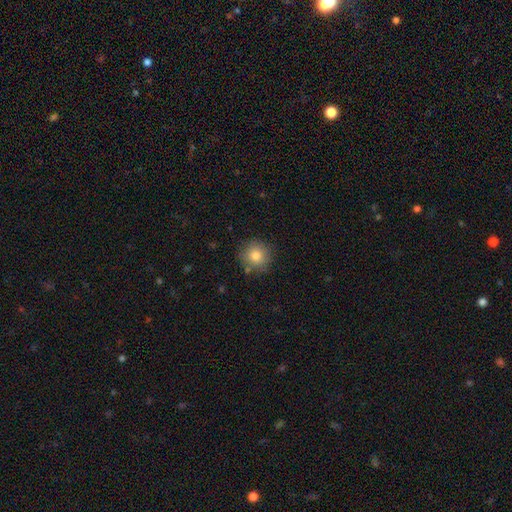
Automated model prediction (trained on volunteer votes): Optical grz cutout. It shows a smooth galaxy with no disk features (82%) that is round (93%). Merging: none (84%).